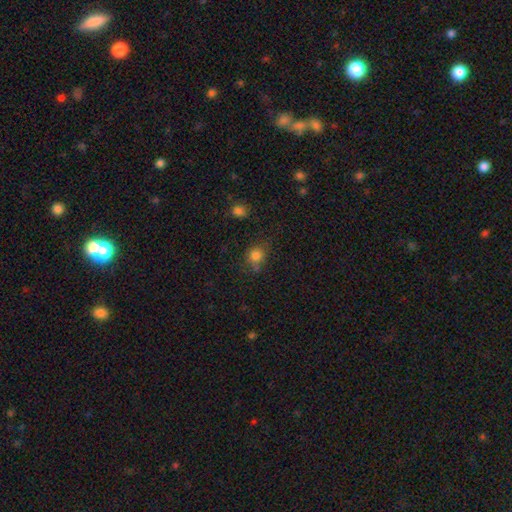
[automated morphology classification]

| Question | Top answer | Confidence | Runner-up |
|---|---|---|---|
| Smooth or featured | smooth | 80% | star or artifact (13%) |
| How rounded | round | 76% | in between (23%) |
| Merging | none | 65% | minor disturbance (21%) |